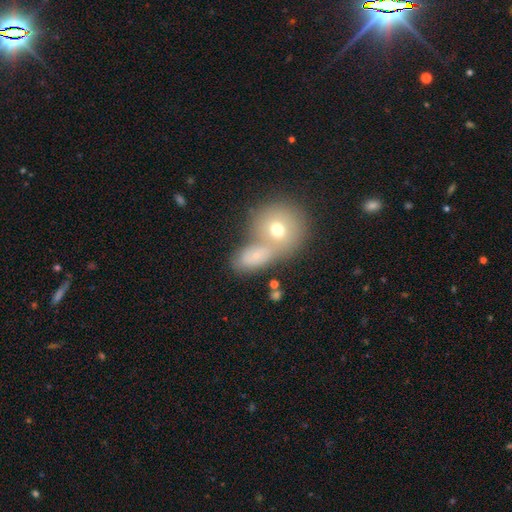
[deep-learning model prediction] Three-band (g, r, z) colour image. It shows a smooth galaxy with no disk features (66%) that is in between round and cigar-shaped (55%). Merging: merger (50%).